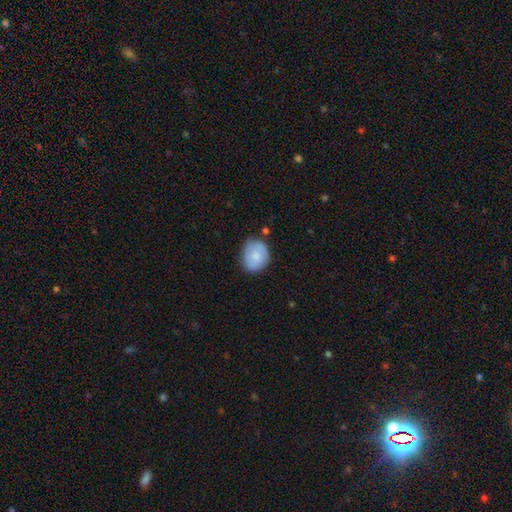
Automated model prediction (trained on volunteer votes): This appears to be a smooth galaxy with no disk features (73%) that is round (64%). Merging: none (65%).